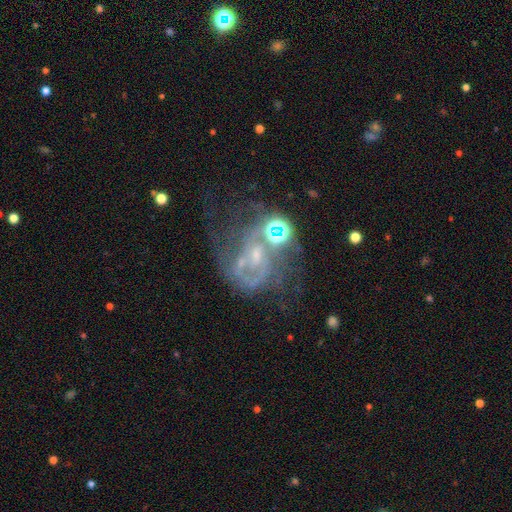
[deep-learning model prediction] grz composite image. It shows a featured or disk galaxy (69%) with no bar (67%), spiral arms (64%) and a small central bulge (50%). Merging: major disturbance (31%).